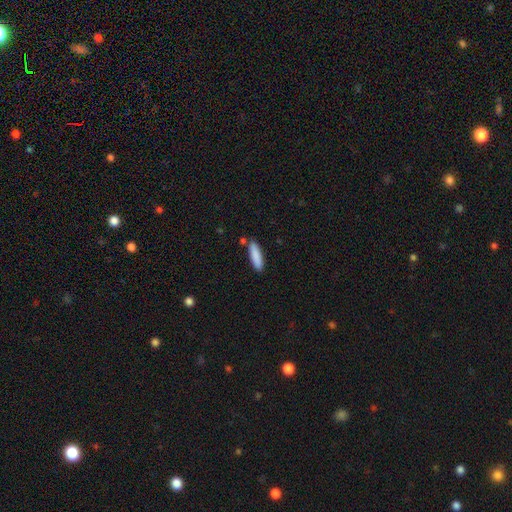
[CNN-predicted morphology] Smooth or featured? smooth (86%)
How rounded? cigar-shaped (69%)
Merging? none (84%)